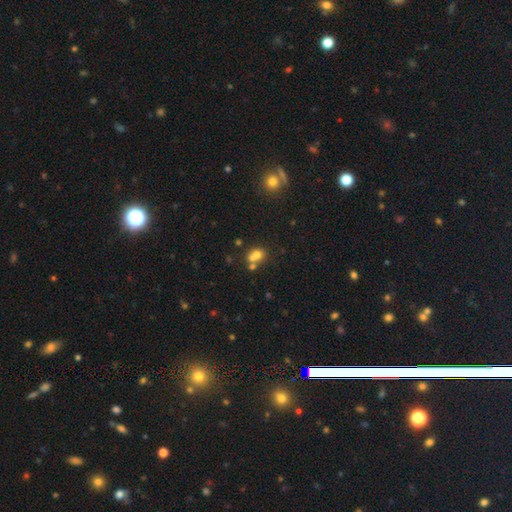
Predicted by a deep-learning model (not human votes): smooth-or-featured: smooth: 68% | featured or disk: 17% | star or artifact: 16%
  how-rounded: round: 60% | in between: 39% | cigar-shaped: 1%
  merging: merger: 54% | none: 33% | minor disturbance: 9% | major disturbance: 5%